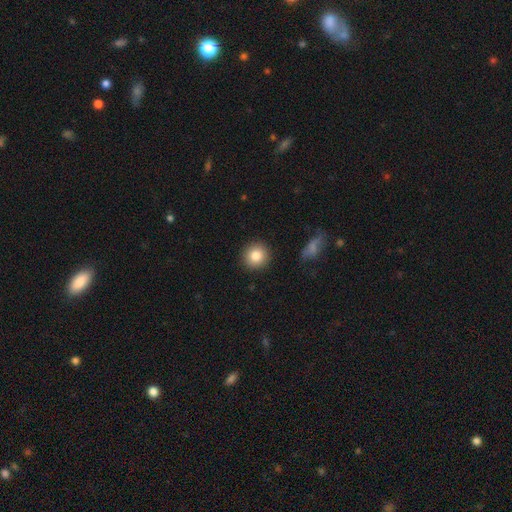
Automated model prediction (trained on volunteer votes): A smooth galaxy with no disk features (83%) that is round (92%).

Vote fractions:
- Smooth or featured? smooth: 83% / star or artifact: 9% / featured or disk: 8%
- How rounded? round: 92% / in between: 7% / cigar-shaped: 1%
- Merging? none: 91% / minor disturbance: 6% / major disturbance: 2% / merger: 1%